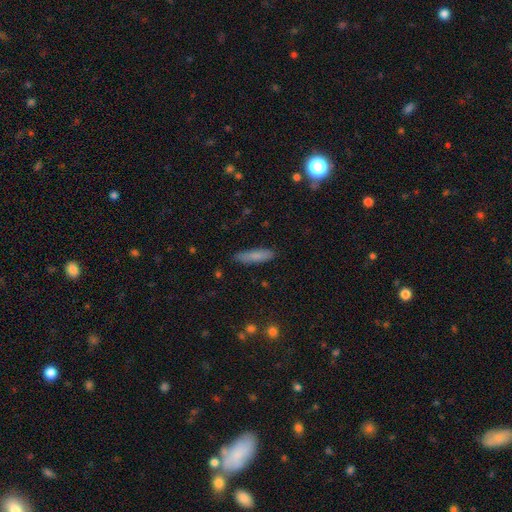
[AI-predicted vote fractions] smooth 76%, featured or disk 16%, star or artifact 7%. Down the decision tree: how rounded — cigar-shaped (73%); merging — none (84%).